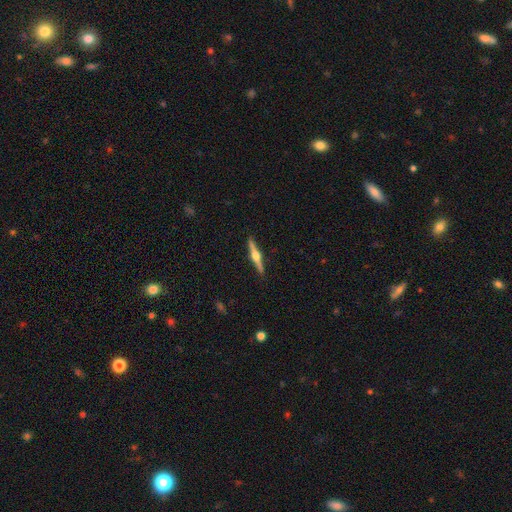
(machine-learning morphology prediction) Smooth or featured? featured or disk (77%)
Edge-on disk? yes (98%)
Edge-on bulge? rounded (95%)
Merging? none (91%)